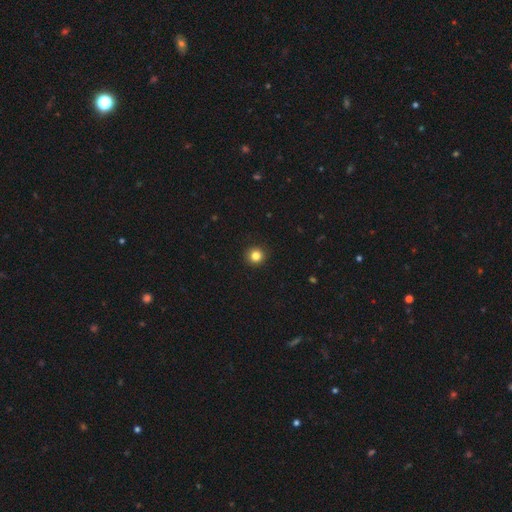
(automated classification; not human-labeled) smooth_or_featured: smooth (p=0.83) [alt: star or artifact p=0.12]
how_rounded: round (p=0.95) [alt: in between p=0.04]
merging: none (p=0.93) [alt: minor disturbance p=0.04]